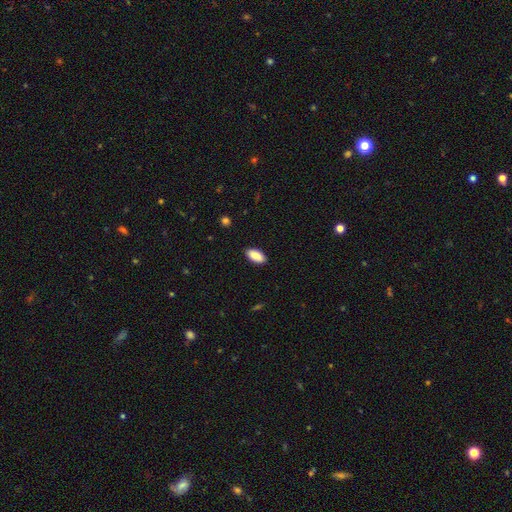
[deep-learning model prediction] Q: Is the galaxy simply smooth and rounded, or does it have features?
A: smooth — 89%.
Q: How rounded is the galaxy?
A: in between — 92%.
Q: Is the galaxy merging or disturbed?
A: none — 89%.